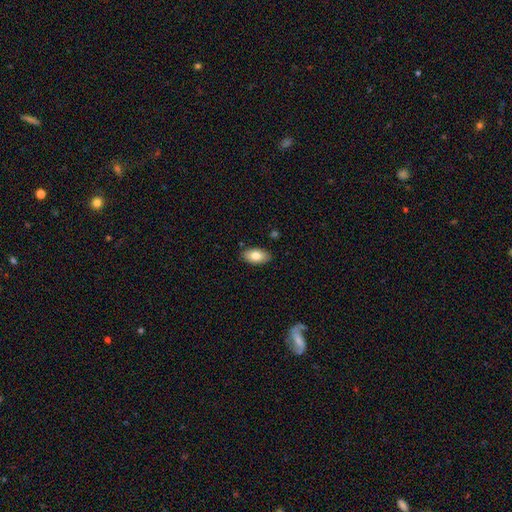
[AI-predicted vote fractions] smooth-or-featured: smooth: 80% | featured or disk: 14% | star or artifact: 7%
  how-rounded: in between: 93% | round: 4% | cigar-shaped: 2%
  merging: none: 86% | minor disturbance: 10% | major disturbance: 2% | merger: 1%